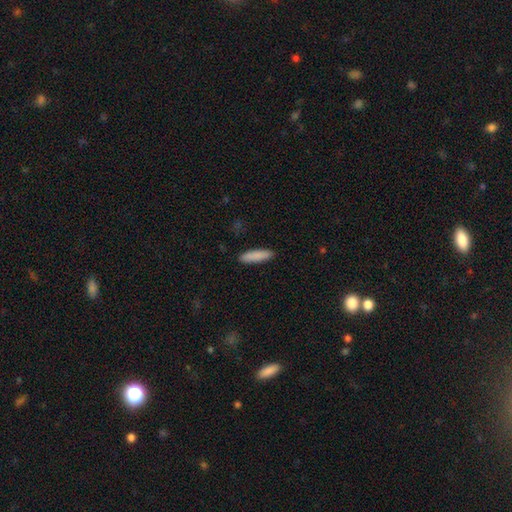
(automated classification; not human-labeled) Morphology: type=smooth (88%); roundness=cigar-shaped (67%); merging=none (90%).